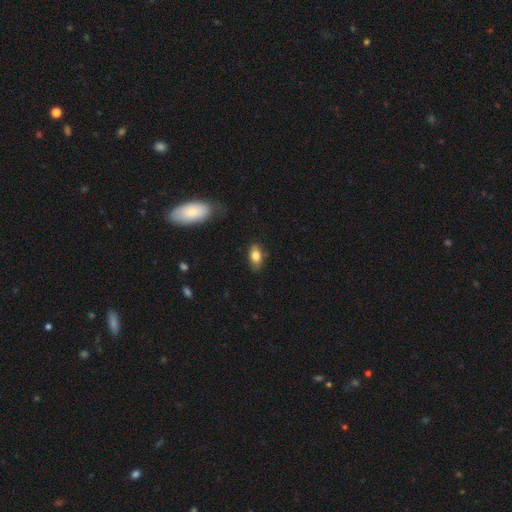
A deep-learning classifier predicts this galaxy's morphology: Smooth or featured? smooth (80%)
How rounded? in between (89%)
Merging? none (81%)